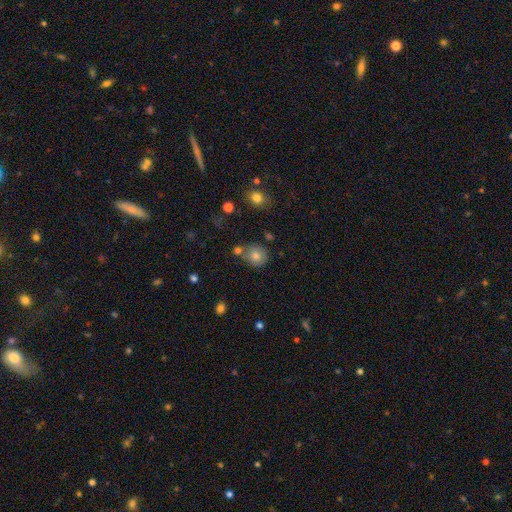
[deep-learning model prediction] Smooth or featured? smooth (78%)
How rounded? round (84%)
Merging? none (69%)